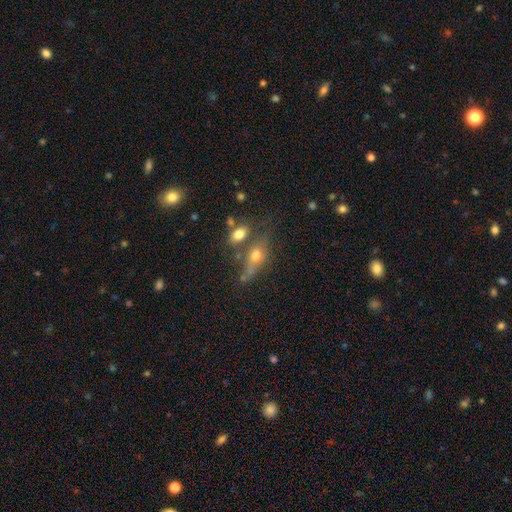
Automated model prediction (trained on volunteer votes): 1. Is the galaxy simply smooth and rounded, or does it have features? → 56% smooth, 30% featured or disk, 14% star or artifact.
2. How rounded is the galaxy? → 64% in between, 21% cigar-shaped, 15% round.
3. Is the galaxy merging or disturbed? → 44% none, 27% merger, 18% minor disturbance, 12% major disturbance.